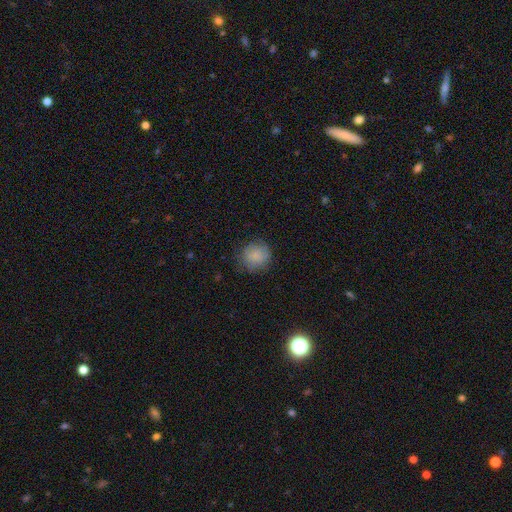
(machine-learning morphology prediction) smooth 85%, star or artifact 8%, featured or disk 7%. Down the decision tree: how rounded — round (88%); merging — none (79%).